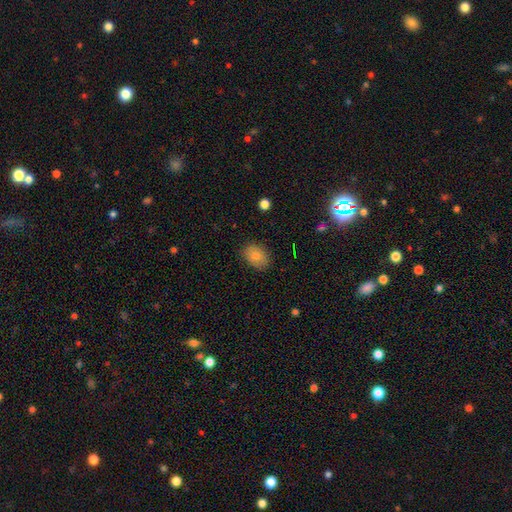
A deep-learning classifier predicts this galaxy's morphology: Smooth or featured: smooth — 83% (star or artifact — 9%)
How rounded: in between — 74% (round — 25%)
Merging: none — 85% (minor disturbance — 11%)